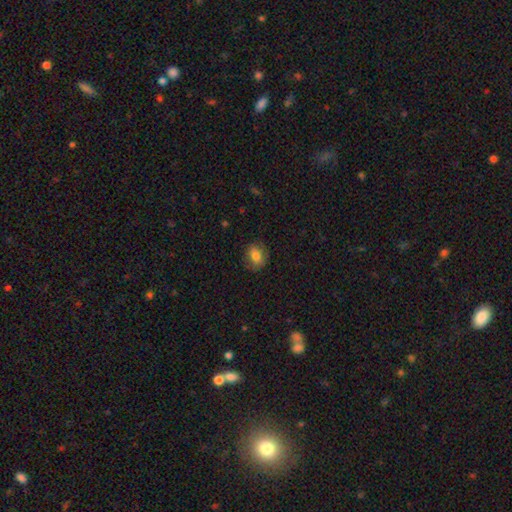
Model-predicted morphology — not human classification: smooth_or_featured: smooth (p=0.77) [alt: featured or disk p=0.13]
how_rounded: in between (p=0.53) [alt: round p=0.45]
merging: none (p=0.77) [alt: minor disturbance p=0.17]